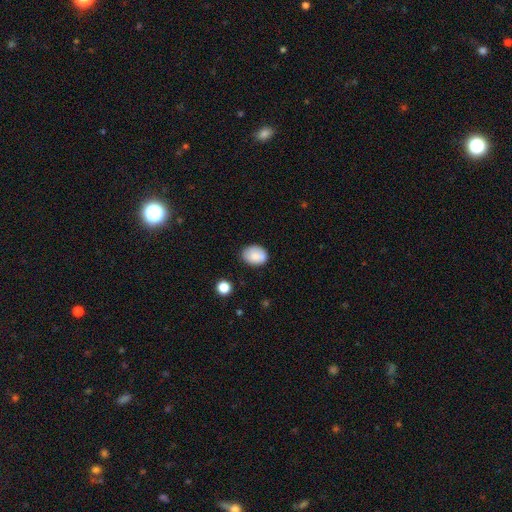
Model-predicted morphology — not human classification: Smooth or featured?
  - smooth: 83% *
  - featured or disk: 9%
  - star or artifact: 8%
How rounded?
  - in between: 63% *
  - round: 36%
  - cigar-shaped: 1%
Merging?
  - none: 73% *
  - minor disturbance: 20%
  - major disturbance: 4%
  - merger: 3%